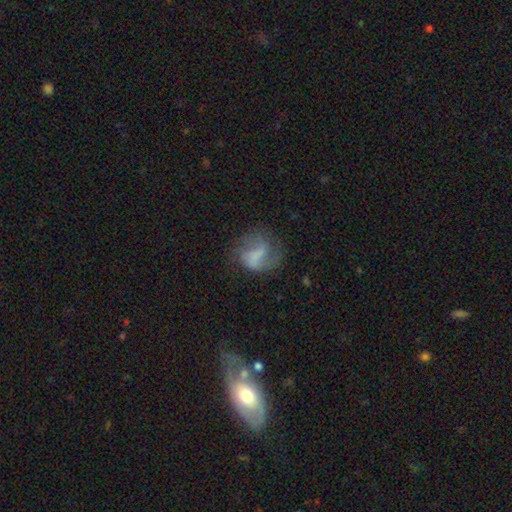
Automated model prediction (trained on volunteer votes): Overall: featured or disk (54%; smooth 36%). Edge-on disk: no (97%). Bar: weak (39%; no 38%). Spiral arms: yes (75%). Bulge size: none (58%). Merging: none (51%; major disturbance 24%).